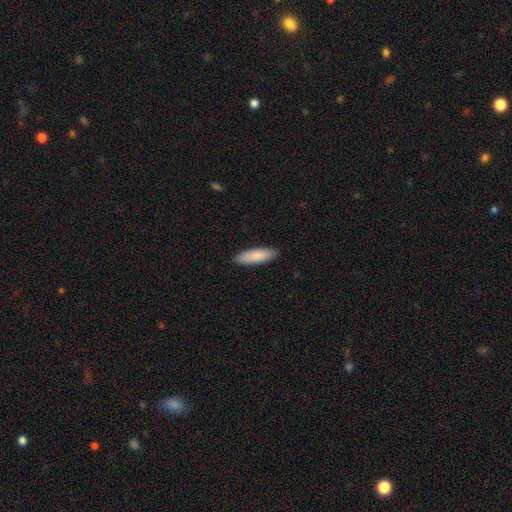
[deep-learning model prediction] smooth 87%, featured or disk 7%, star or artifact 5%. Down the decision tree: how rounded — cigar-shaped (54%); merging — none (90%).